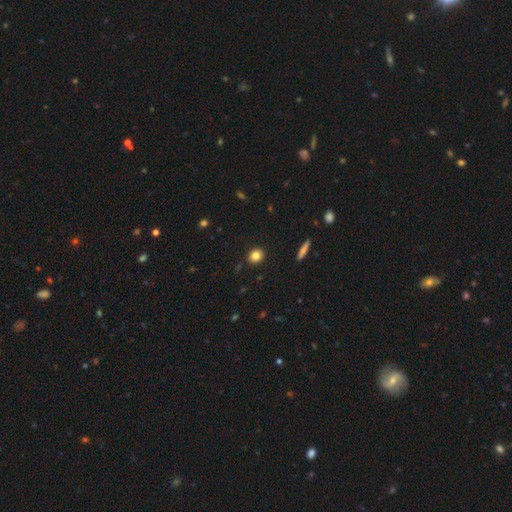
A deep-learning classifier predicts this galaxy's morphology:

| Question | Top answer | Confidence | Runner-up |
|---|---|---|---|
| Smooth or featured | smooth | 82% | star or artifact (10%) |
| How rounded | round | 78% | in between (20%) |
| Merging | none | 91% | minor disturbance (6%) |